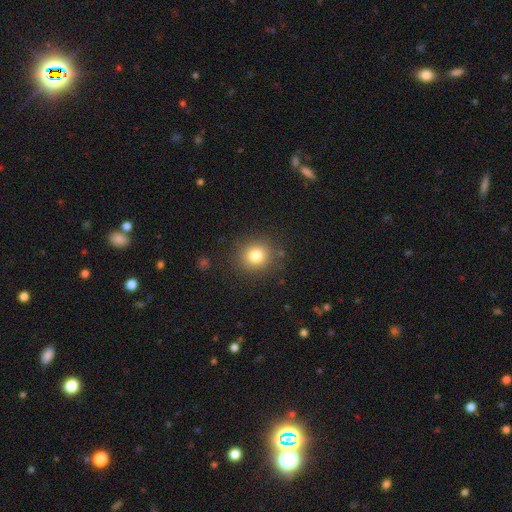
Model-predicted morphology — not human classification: The model was most divided on "smooth or featured": smooth: 80%, star or artifact: 13%, featured or disk: 8%. More confident: merging — none (87%); how rounded — round (87%).